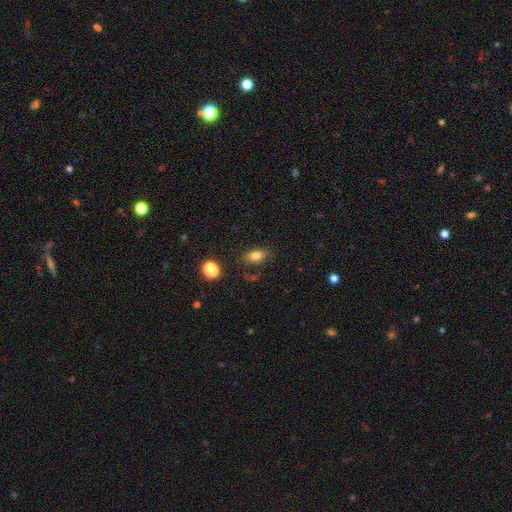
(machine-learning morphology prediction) This is likely a smooth galaxy (79%). How rounded: clearly in between (84%). Merging: likely none (80%).